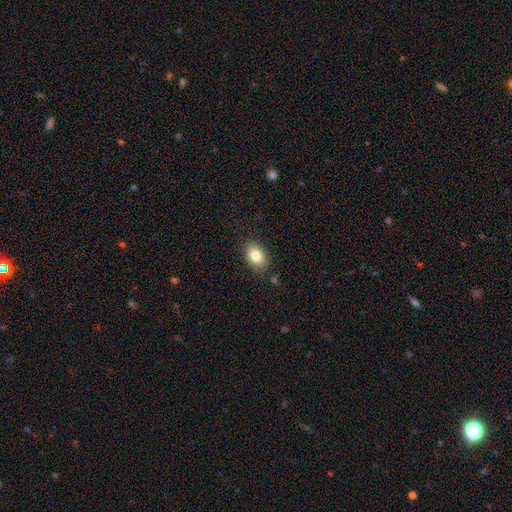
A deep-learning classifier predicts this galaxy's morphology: smooth 82%, featured or disk 9%, star or artifact 9%. Down the decision tree: how rounded — in between (79%); merging — none (85%).